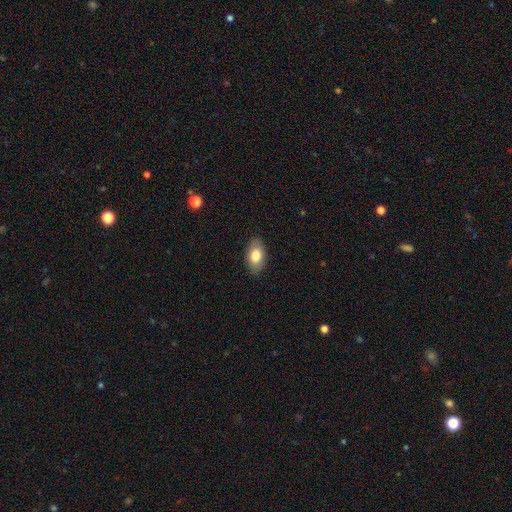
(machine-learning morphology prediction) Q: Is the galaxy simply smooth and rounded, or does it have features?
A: smooth — 81%.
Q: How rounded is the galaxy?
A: in between — 92%.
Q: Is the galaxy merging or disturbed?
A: none — 87%.